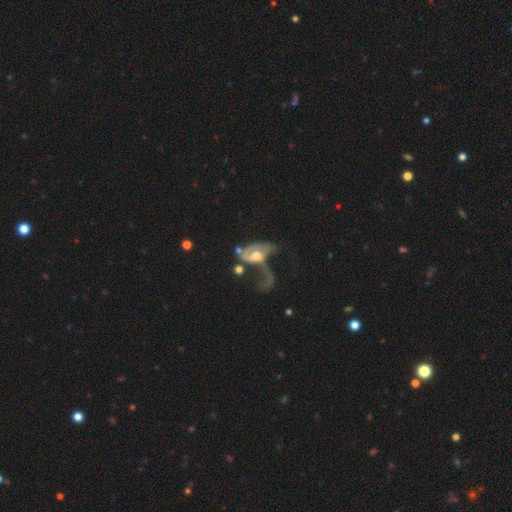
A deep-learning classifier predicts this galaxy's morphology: A featured or disk galaxy (70%) with no bar (65%), spiral arms (67%) and a moderate central bulge (65%). Merging: major disturbance (53%).